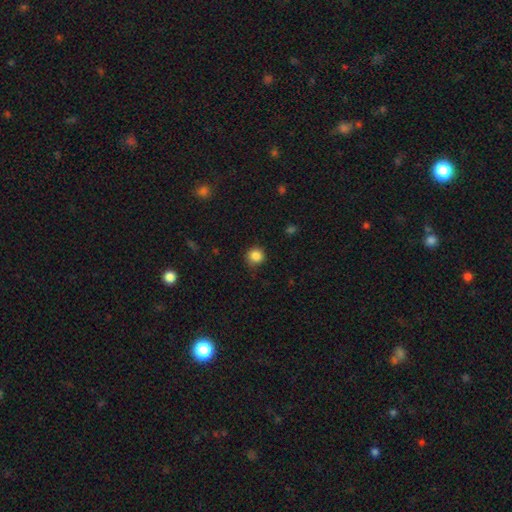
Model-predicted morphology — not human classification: Smooth or featured? Predicted: smooth (p=0.86). How rounded? Predicted: round (p=0.92). Merging? Predicted: none (p=0.84).